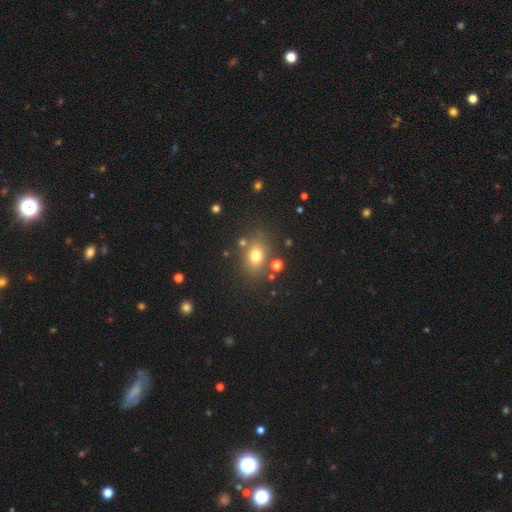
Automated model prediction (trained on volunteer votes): A smooth galaxy with no disk features (73%) that is in between round and cigar-shaped (57%). Merging: none (77%).